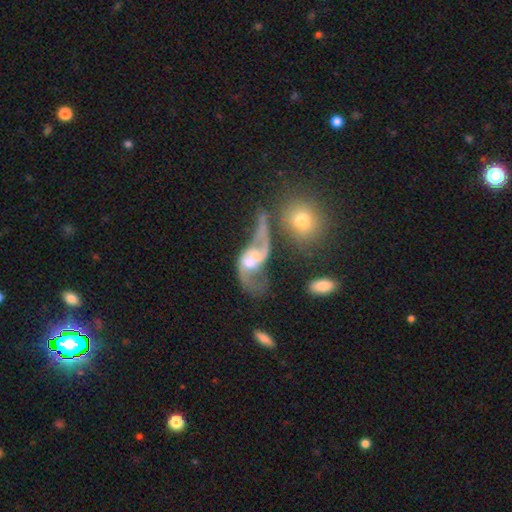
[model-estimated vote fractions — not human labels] This appears to be a featured or disk galaxy (76%) with no bar (51%), 2 (83%) loose (77%) spiral arms (83%) and a moderate central bulge (47%). Merging: merger (47%).